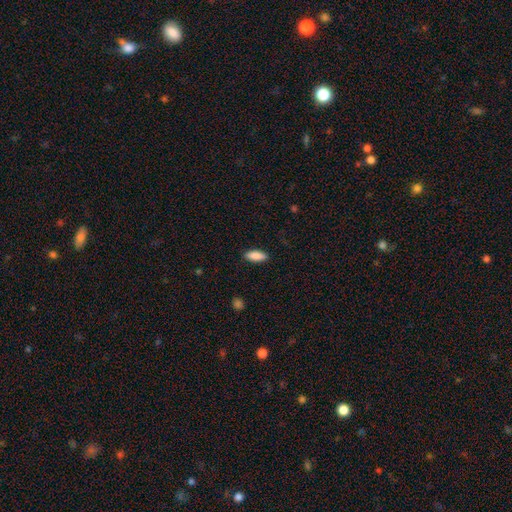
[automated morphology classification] This appears to be a smooth galaxy with no disk features (88%) that is in between round and cigar-shaped (76%). Merging: none (88%).